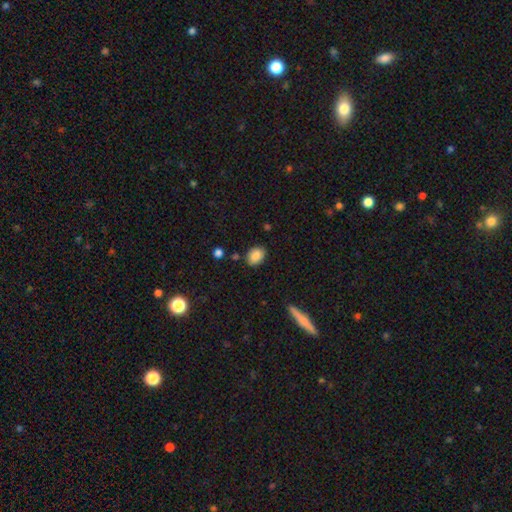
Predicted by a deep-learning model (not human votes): smooth_or_featured: smooth (p=0.87) [alt: star or artifact p=0.08]
how_rounded: in between (p=0.61) [alt: round p=0.38]
merging: none (p=0.82) [alt: minor disturbance p=0.12]